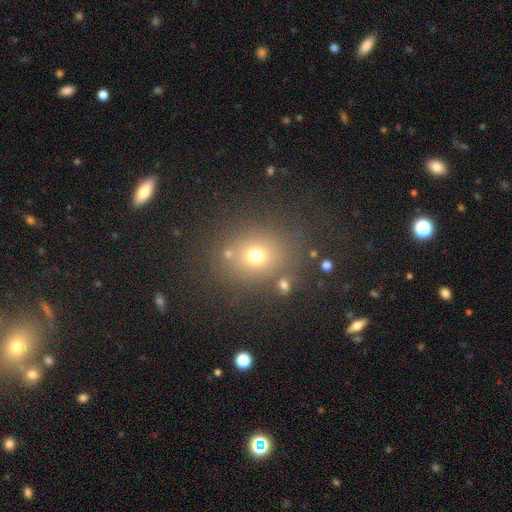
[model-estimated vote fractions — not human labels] A smooth galaxy with no disk features (68%) that is round (68%).

Vote fractions:
- Smooth or featured? smooth: 68% / star or artifact: 20% / featured or disk: 12%
- How rounded? round: 68% / in between: 31% / cigar-shaped: 1%
- Merging? none: 77% / minor disturbance: 11% / merger: 6% / major disturbance: 5%